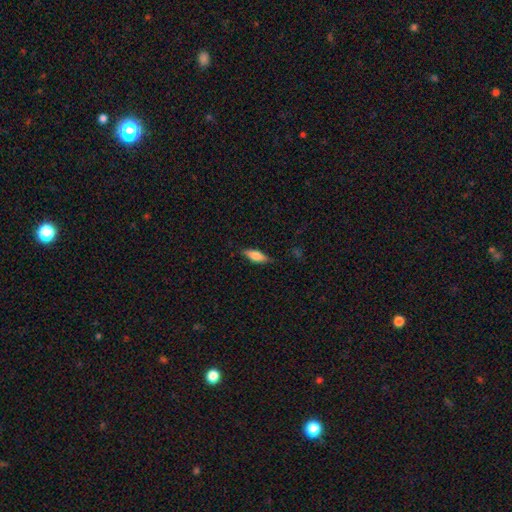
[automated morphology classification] A smooth galaxy with no disk features (67%) that is in between round and cigar-shaped (60%).

Vote fractions:
- Smooth or featured? smooth: 67% / featured or disk: 26% / star or artifact: 7%
- How rounded? in between: 60% / cigar-shaped: 38% / round: 3%
- Merging? none: 81% / minor disturbance: 15% / major disturbance: 3% / merger: 1%